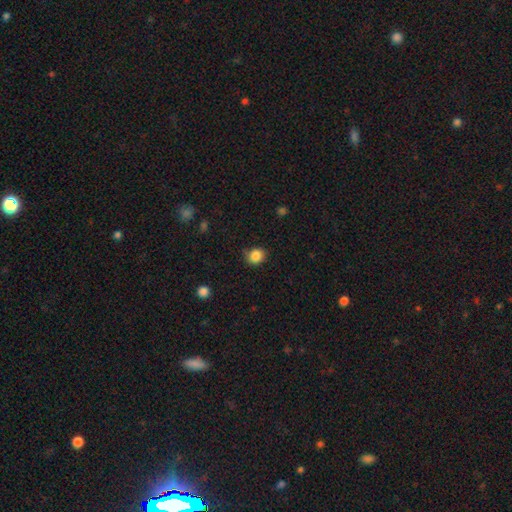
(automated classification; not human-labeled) A smooth galaxy with no disk features (86%) that is round (71%).

Vote fractions:
- Smooth or featured? smooth: 86% / star or artifact: 10% / featured or disk: 4%
- How rounded? round: 71% / in between: 28% / cigar-shaped: 1%
- Merging? none: 77% / minor disturbance: 17% / major disturbance: 4% / merger: 2%